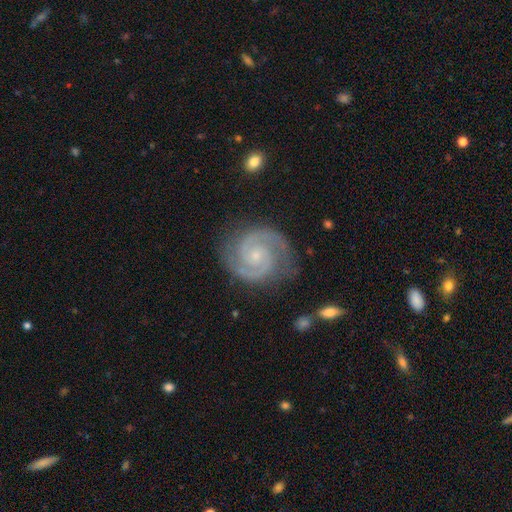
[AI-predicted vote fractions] Morphology: type=featured or disk (93%); edge-on=no (98%); bar=no (67%); spiral arms=yes (99%); winding=tight (58%); arm count=2 (93%); bulge=small (72%); merging=none (82%).